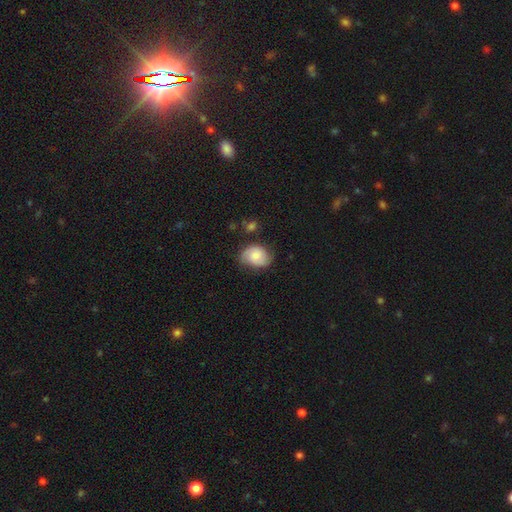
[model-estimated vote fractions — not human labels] smooth_or_featured: smooth (p=0.64) [alt: featured or disk p=0.28]
how_rounded: in between (p=0.57) [alt: round p=0.42]
merging: none (p=0.63) [alt: minor disturbance p=0.27]